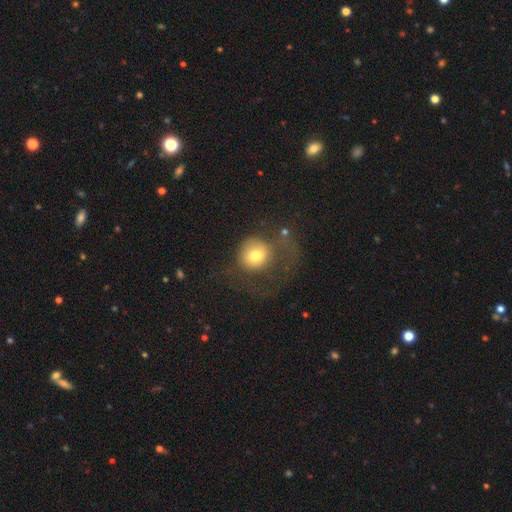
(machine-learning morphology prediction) The model was most divided on "merging" (2-way tie): major disturbance: 39%, none: 39%, minor disturbance: 18%, merger: 4%. More confident: how rounded — round (84%); smooth or featured — smooth (72%).